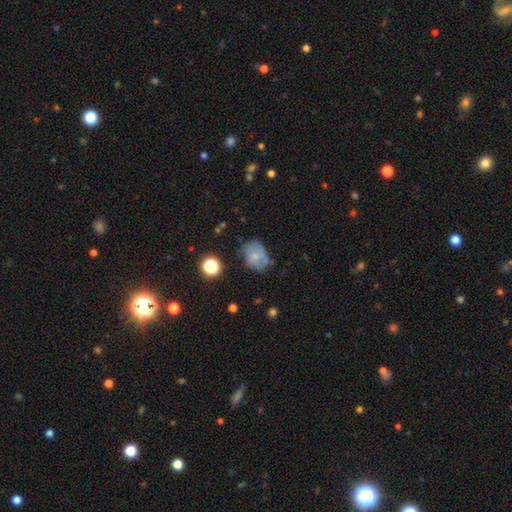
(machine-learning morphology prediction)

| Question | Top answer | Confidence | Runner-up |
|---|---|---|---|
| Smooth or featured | smooth | 60% | featured or disk (28%) |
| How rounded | in between | 50% | round (49%) |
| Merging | none | 41% | minor disturbance (31%) |